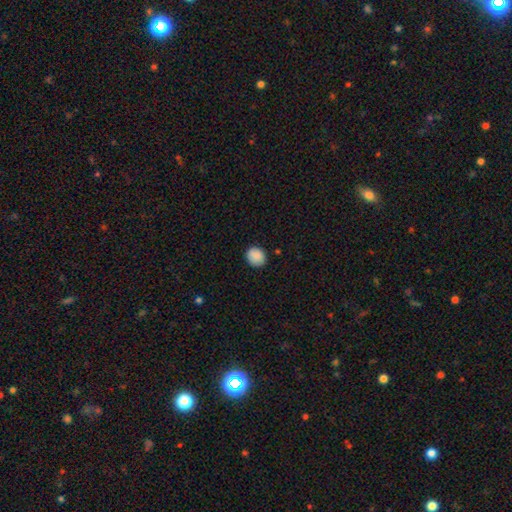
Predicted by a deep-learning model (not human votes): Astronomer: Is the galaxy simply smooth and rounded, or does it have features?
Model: smooth — 89%.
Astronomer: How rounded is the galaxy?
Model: round — 65%.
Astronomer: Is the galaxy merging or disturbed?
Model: none — 86%.